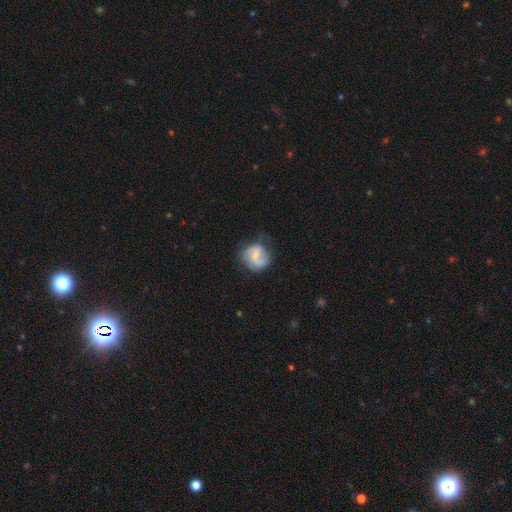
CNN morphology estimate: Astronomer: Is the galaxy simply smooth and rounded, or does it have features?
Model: featured or disk — 65%.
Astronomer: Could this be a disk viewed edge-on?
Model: no — 98%.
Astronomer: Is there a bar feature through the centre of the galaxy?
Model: weak — 53% (runner-up: no, 29%).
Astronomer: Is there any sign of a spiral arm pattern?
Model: yes — 88%.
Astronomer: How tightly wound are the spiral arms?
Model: medium — 43% (runner-up: loose, 38%).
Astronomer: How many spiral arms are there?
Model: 2 — 77%.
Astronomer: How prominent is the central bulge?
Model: small — 51% (runner-up: moderate, 29%).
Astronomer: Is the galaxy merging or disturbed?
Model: none — 61%.